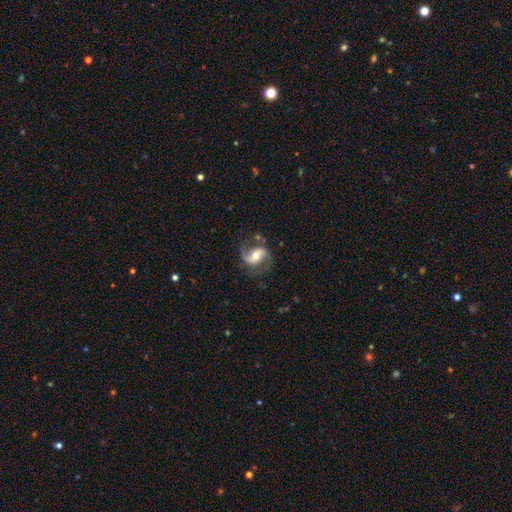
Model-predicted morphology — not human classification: smooth-or-featured: featured or disk: 77% | smooth: 16% | star or artifact: 6%
  disk-edge-on: no: 97% | yes: 3%
    bar: no: 36% (tied) | weak: 36% (tied) | strong: 27%
    has-spiral-arms: yes: 93% | no: 7%
      spiral-winding: medium: 43% (tied) | loose: 43% (tied) | tight: 14%
      spiral-arm-count: 2: 83% | 1: 10% | can't tell: 4% | 3: 1% | 4: 1% | more than 4: 1%
    bulge-size: moderate: 69% | small: 19% | large: 9% | dominant: 1% | none: 1%
  merging: none: 65% | minor disturbance: 19% | major disturbance: 12% | merger: 3%